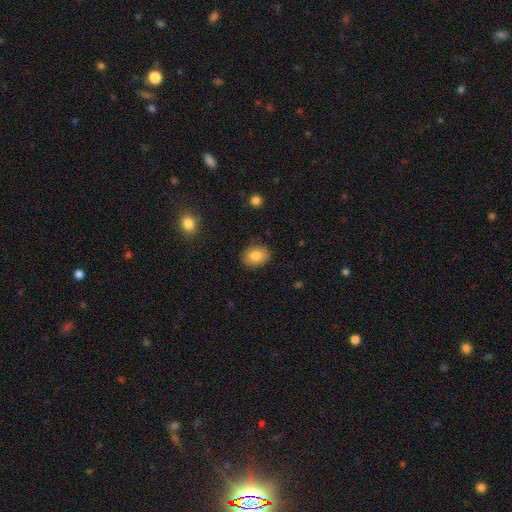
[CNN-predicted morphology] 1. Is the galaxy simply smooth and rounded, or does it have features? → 82% smooth, 9% featured or disk, 9% star or artifact.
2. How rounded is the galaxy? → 59% in between, 40% round, 1% cigar-shaped.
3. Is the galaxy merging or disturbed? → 86% none, 11% minor disturbance, 2% major disturbance, 1% merger.